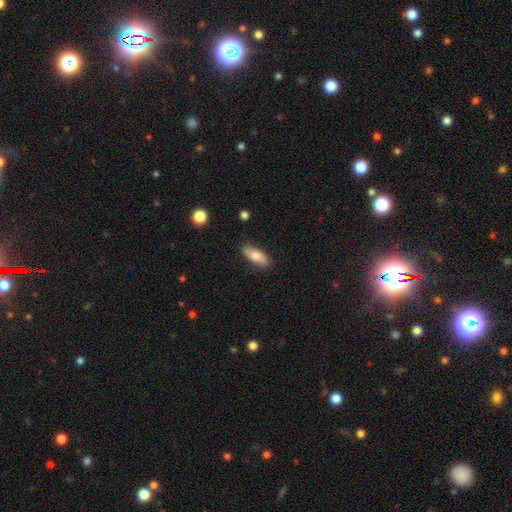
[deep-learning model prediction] Smooth or featured: smooth — 71% (featured or disk — 22%)
How rounded: in between — 76% (cigar-shaped — 21%)
Merging: none — 86% (minor disturbance — 11%)